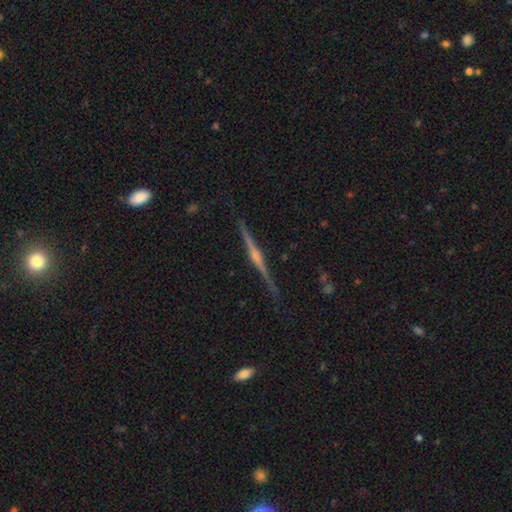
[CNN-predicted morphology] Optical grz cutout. It shows a featured or disk galaxy (87%) viewed edge-on (99%) with a rounded central bulge (85%). Merging: none (90%).